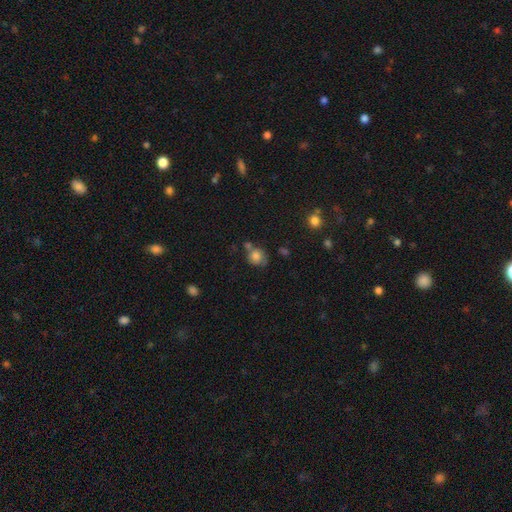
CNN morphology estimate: Smooth or featured?
  - smooth: 80% *
  - star or artifact: 11%
  - featured or disk: 9%
How rounded?
  - round: 80% *
  - in between: 19%
  - cigar-shaped: 1%
Merging?
  - none: 53% *
  - merger: 21%
  - minor disturbance: 19%
  - major disturbance: 7%